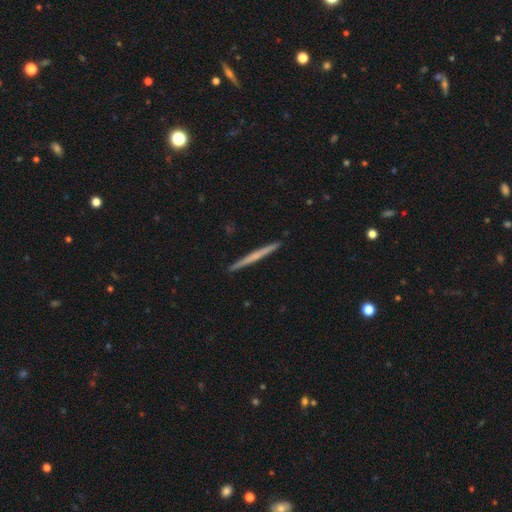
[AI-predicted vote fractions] smooth-or-featured: featured or disk: 50% | smooth: 45% | star or artifact: 5%
  disk-edge-on: yes: 98% | no: 2%
  merging: none: 93% | minor disturbance: 5% | merger: 1% | major disturbance: 1%